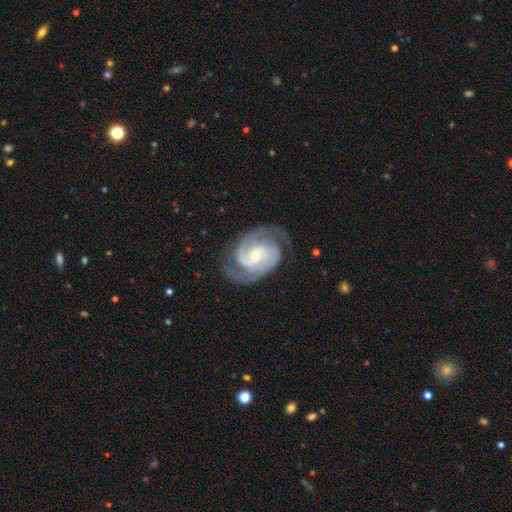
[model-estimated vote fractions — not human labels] Overall: featured or disk (92%). Edge-on disk: no (98%). Bar: no (47%; weak 39%). Spiral arms: yes (98%). Spiral arm count: 2 (79%). Spiral winding: tight (54%; medium 40%). Bulge size: small (60%; moderate 36%). Merging: none (76%).